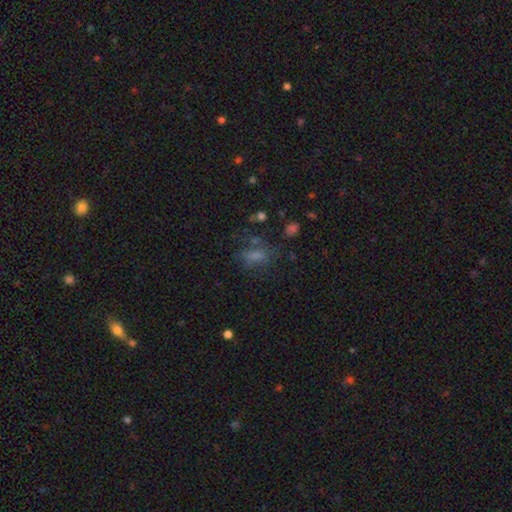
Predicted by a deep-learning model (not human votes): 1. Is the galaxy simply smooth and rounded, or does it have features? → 60% smooth, 22% star or artifact, 18% featured or disk.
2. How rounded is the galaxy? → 71% in between, 19% round, 10% cigar-shaped.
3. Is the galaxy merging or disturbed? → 53% none, 21% minor disturbance, 20% major disturbance, 7% merger.